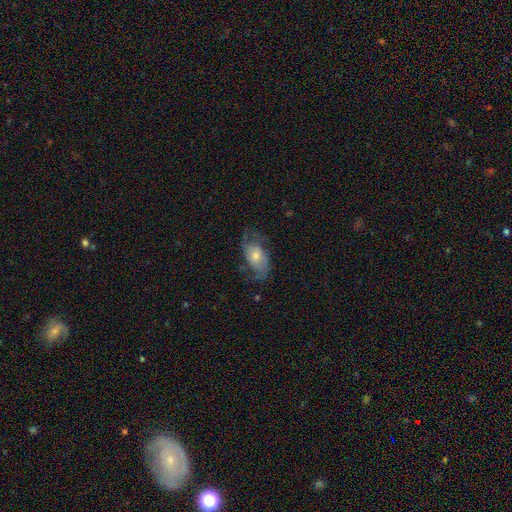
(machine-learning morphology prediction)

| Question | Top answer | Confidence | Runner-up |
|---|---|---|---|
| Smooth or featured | featured or disk | 60% | smooth (33%) |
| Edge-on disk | no | 93% | yes (7%) |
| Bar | no | 68% | weak (27%) |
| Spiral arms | yes | 82% | no (18%) |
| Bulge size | moderate | 53% | small (31%) |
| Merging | none | 56% | minor disturbance (23%) |